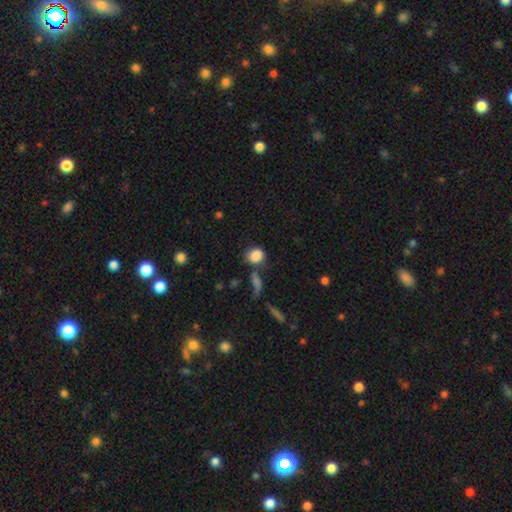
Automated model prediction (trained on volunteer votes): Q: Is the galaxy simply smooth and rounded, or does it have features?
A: smooth — 85%.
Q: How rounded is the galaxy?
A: round — 64%.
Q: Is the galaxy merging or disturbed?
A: none — 57%.